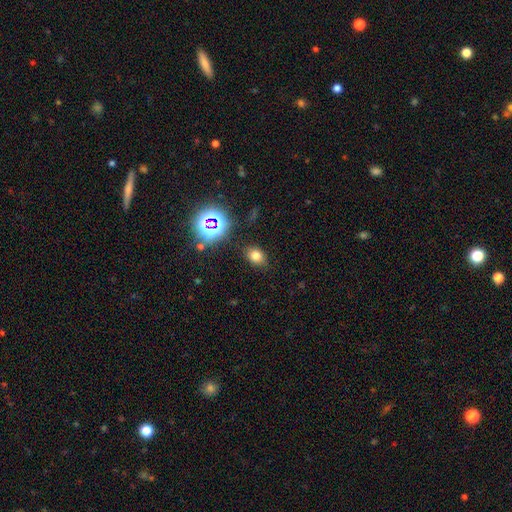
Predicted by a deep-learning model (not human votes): A smooth galaxy with no disk features (72%) that is in between round and cigar-shaped (61%).

Vote fractions:
- Smooth or featured? smooth: 72% / star or artifact: 20% / featured or disk: 8%
- How rounded? in between: 61% / round: 37% / cigar-shaped: 1%
- Merging? none: 83% / minor disturbance: 12% / major disturbance: 4% / merger: 2%